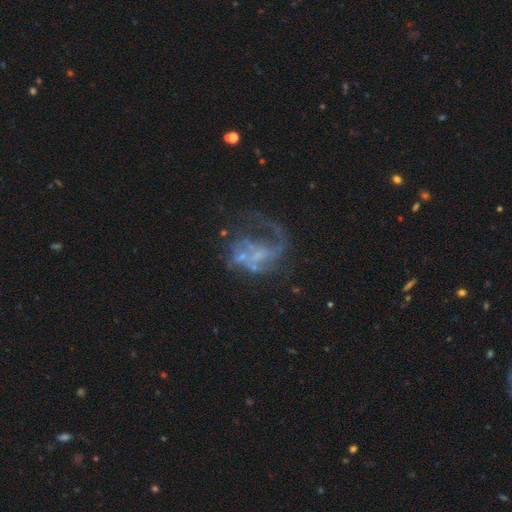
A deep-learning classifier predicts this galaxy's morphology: Smooth or featured?
  - featured or disk: 75% *
  - star or artifact: 13%
  - smooth: 12%
Edge-on disk?
  - no: 98% *
  - yes: 2%
Bar?
  - no: 72% *
  - weak: 22%
  - strong: 6%
Spiral arms?
  - yes: 58% *
  - no: 42%
Bulge size?
  - none: 61% *
  - small: 26%
  - moderate: 10%
  - large: 2%
  - dominant: 1%
Merging?
  - major disturbance: 45% *
  - none: 31%
  - minor disturbance: 13%
  - merger: 10%